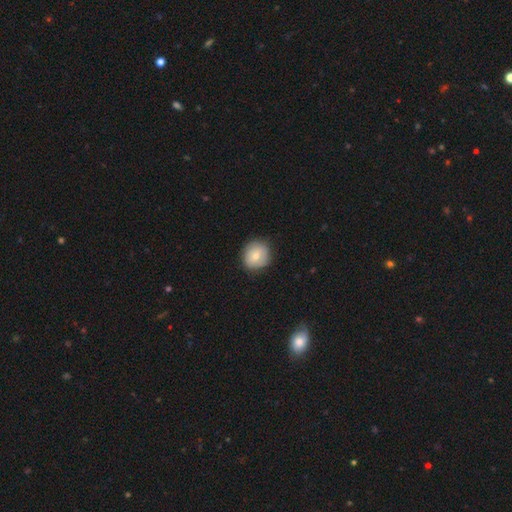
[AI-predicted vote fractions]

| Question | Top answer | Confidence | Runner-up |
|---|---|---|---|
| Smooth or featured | smooth | 71% | featured or disk (21%) |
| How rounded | round | 84% | in between (15%) |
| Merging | none | 83% | minor disturbance (14%) |